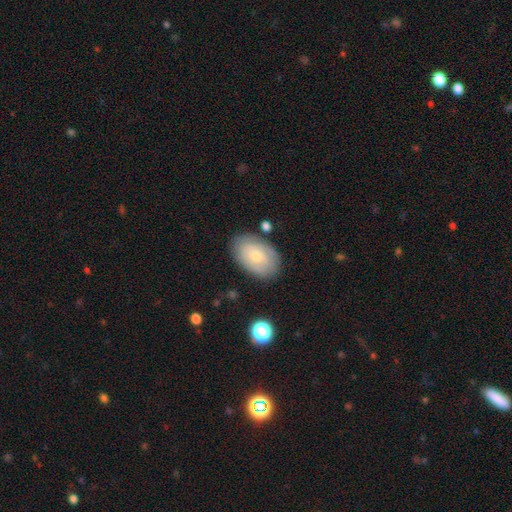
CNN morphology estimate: Smooth or featured?
  - smooth: 56% *
  - featured or disk: 37%
  - star or artifact: 8%
How rounded?
  - in between: 89% *
  - round: 10%
  - cigar-shaped: 1%
Merging?
  - none: 79% *
  - minor disturbance: 15%
  - major disturbance: 4%
  - merger: 2%